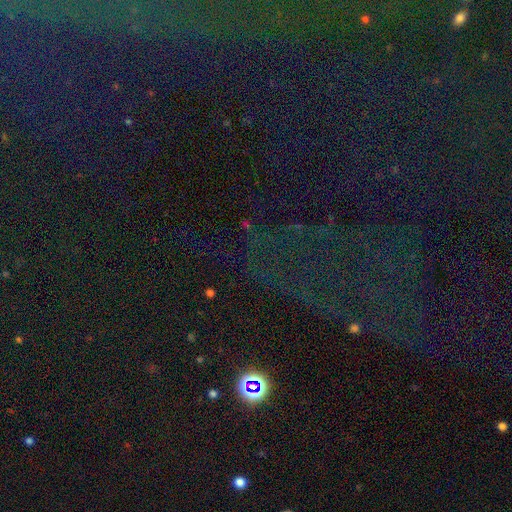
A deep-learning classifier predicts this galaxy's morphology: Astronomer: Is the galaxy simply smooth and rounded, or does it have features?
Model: star or artifact — 80%.